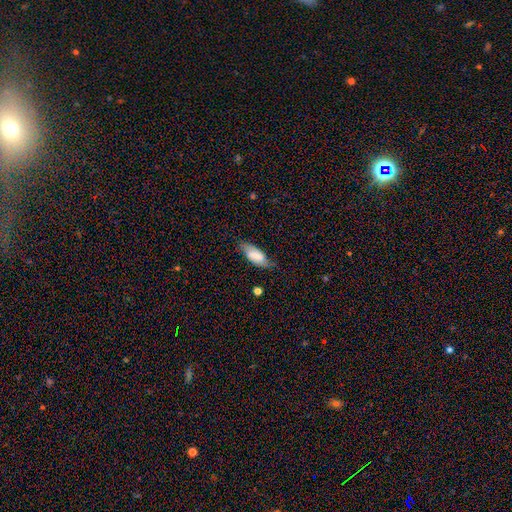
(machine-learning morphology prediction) smooth_or_featured: smooth (p=0.70) [alt: featured or disk p=0.23]
how_rounded: in between (p=0.81) [alt: cigar-shaped p=0.17]
merging: none (p=0.64) [alt: minor disturbance p=0.27]